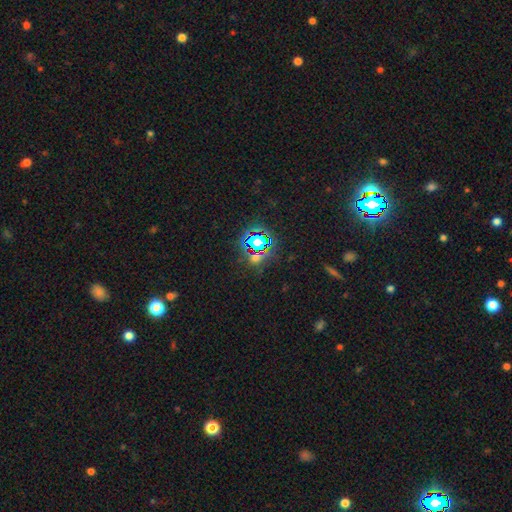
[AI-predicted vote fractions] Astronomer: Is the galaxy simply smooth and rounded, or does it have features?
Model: star or artifact — 76%.